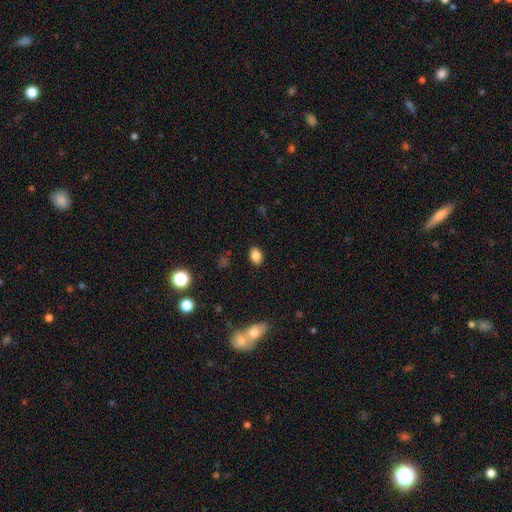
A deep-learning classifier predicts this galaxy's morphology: This appears to be a smooth galaxy with no disk features (85%) that is in between round and cigar-shaped (81%). Merging: none (88%).